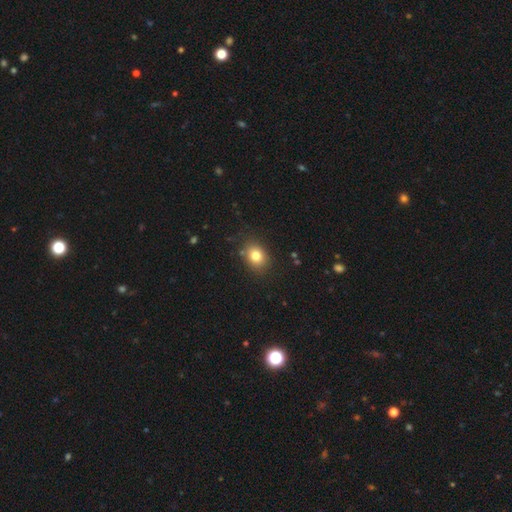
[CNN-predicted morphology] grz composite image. It shows a smooth galaxy with no disk features (80%) that is in between round and cigar-shaped (52%). Merging: none (84%).